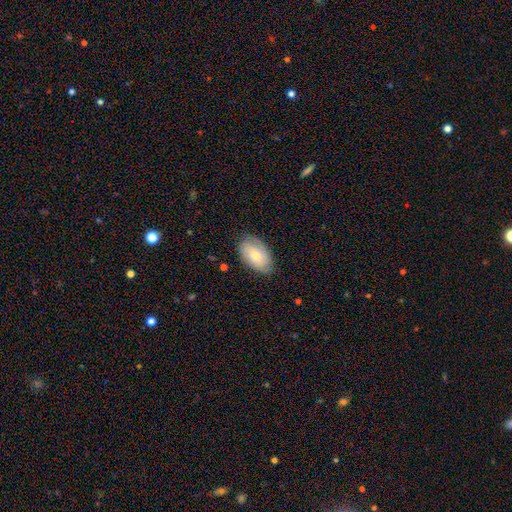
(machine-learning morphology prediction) smooth 50%, featured or disk 43%, star or artifact 7%. Down the decision tree: how rounded — in between (92%); merging — none (77%).